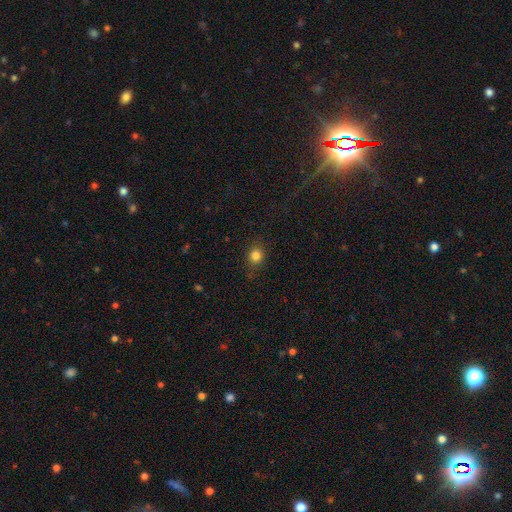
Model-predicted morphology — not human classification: A smooth galaxy with no disk features (82%) that is round (77%). Merging: none (85%).